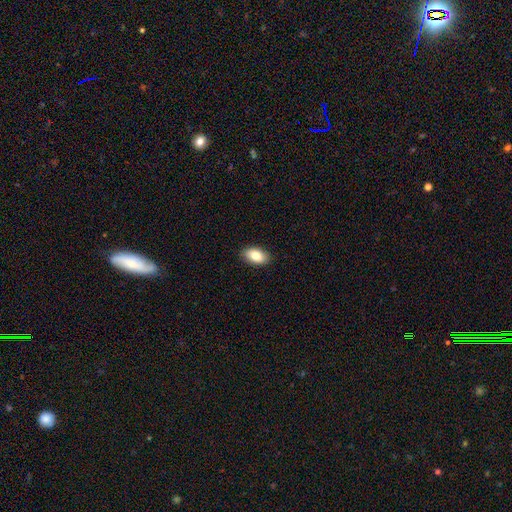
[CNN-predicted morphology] Overall: smooth (83%). How rounded: in between (92%). Merging: none (89%).